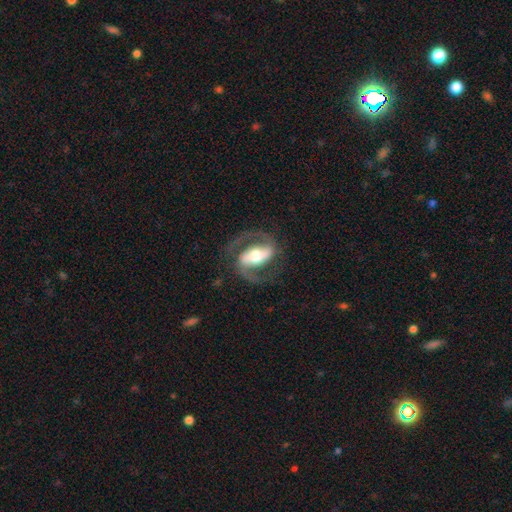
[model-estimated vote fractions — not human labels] The model was most divided on "bar": strong: 59%, weak: 26%, no: 15%. More confident: edge-on disk — no (96%); spiral arms — yes (94%); spiral arm count — 2 (93%); smooth or featured — featured or disk (88%); merging — none (77%); bulge size — moderate (62%); spiral winding — medium (58%).